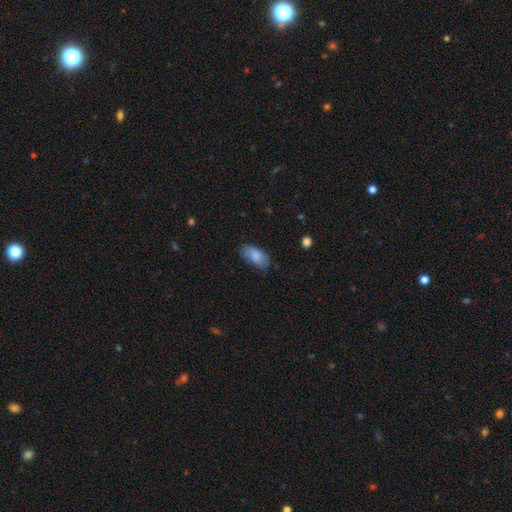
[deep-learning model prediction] smooth_or_featured: smooth (p=0.81) [alt: featured or disk p=0.12]
how_rounded: in between (p=0.92) [alt: cigar-shaped p=0.05]
merging: none (p=0.68) [alt: minor disturbance p=0.25]